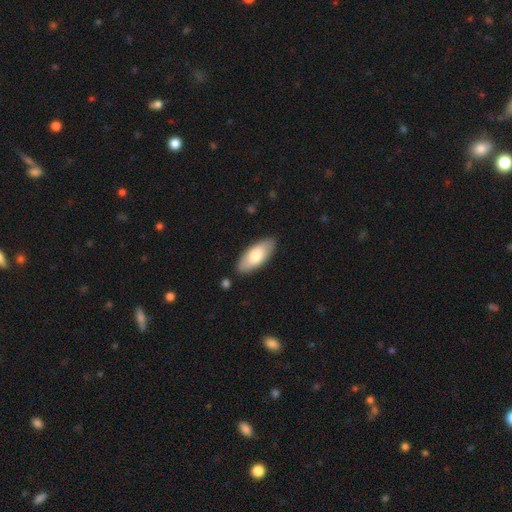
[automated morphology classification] This is likely a smooth galaxy (77%). How rounded: clearly in between (84%). Merging: clearly none (86%).